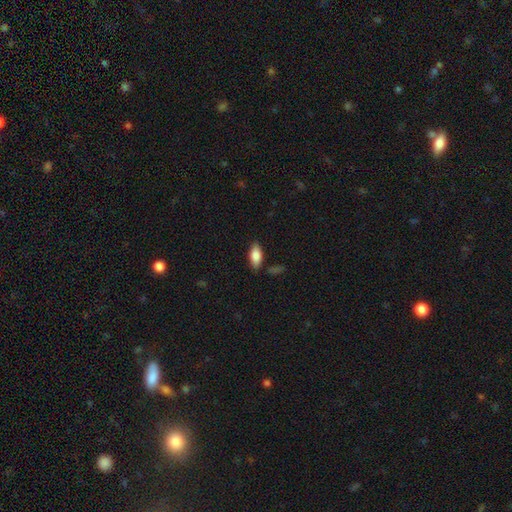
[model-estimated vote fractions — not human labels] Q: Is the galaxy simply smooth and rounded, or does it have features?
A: smooth — 84%.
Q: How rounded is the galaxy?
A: in between — 87%.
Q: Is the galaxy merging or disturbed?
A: none — 82%.